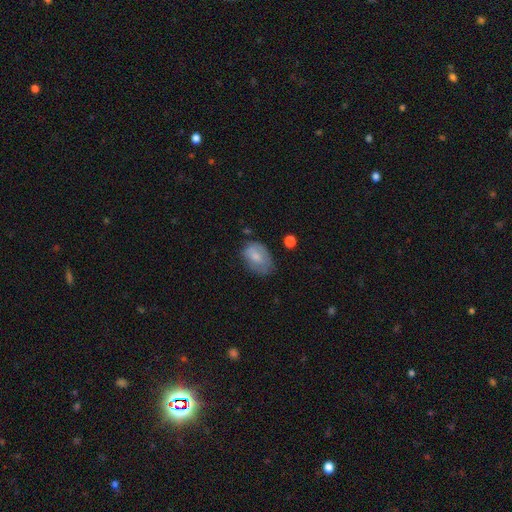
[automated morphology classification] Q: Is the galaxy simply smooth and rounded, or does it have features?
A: smooth — 70%.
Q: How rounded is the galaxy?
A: in between — 86%.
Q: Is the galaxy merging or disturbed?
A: none — 51%.